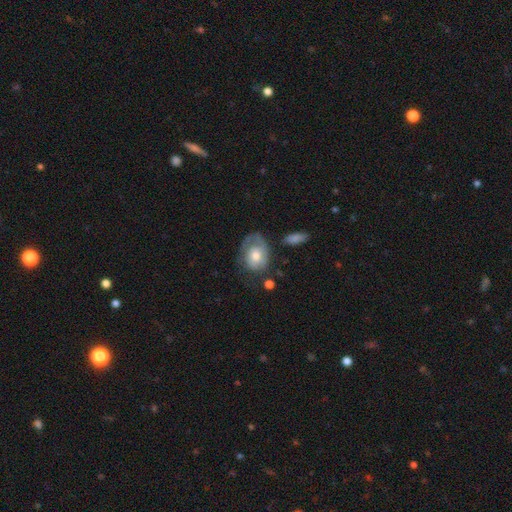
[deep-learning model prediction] Smooth or featured? smooth (49%)
Merging? none (41%)